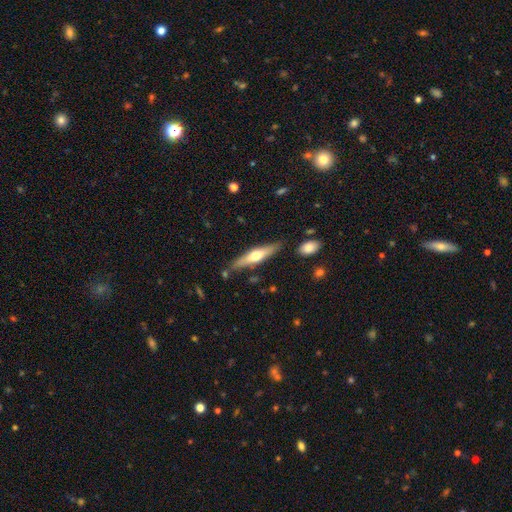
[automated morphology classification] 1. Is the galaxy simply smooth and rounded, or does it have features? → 50% featured or disk, 45% smooth, 5% star or artifact.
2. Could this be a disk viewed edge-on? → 91% yes, 9% no.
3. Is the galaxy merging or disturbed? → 82% none, 12% minor disturbance, 4% merger, 2% major disturbance.